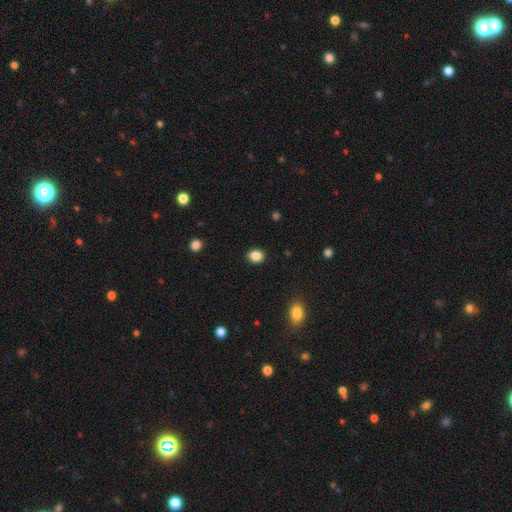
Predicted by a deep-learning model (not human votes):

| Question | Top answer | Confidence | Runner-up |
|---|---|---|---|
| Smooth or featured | smooth | 86% | star or artifact (10%) |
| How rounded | round | 60% | in between (39%) |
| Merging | none | 90% | minor disturbance (7%) |